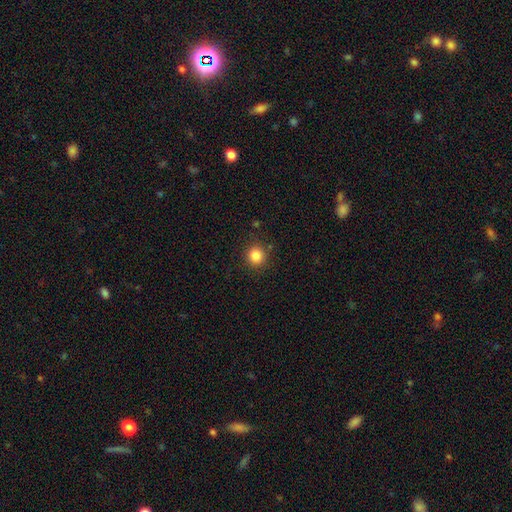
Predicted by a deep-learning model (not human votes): Smooth or featured?
  - smooth: 84% *
  - star or artifact: 11%
  - featured or disk: 5%
How rounded?
  - round: 92% *
  - in between: 7%
  - cigar-shaped: 1%
Merging?
  - none: 88% *
  - minor disturbance: 7%
  - major disturbance: 3%
  - merger: 2%